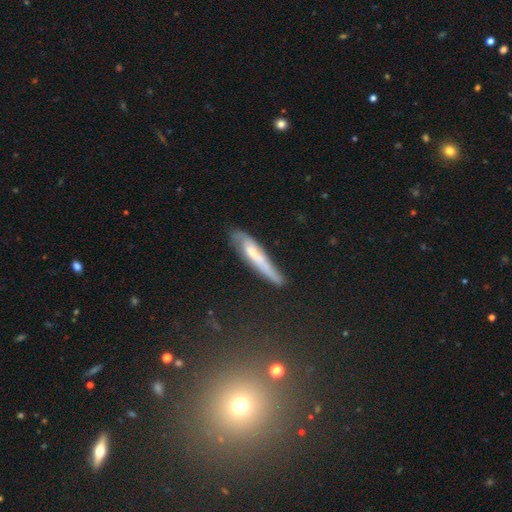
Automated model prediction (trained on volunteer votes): Overall: featured or disk (47%; smooth 46%). Merging: none (54%; minor disturbance 30%).